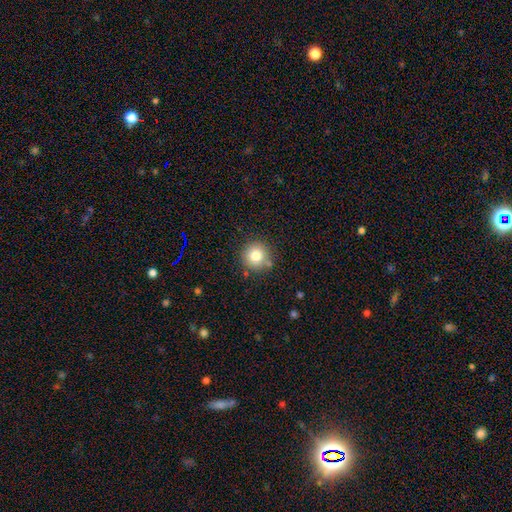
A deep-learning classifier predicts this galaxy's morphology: A smooth galaxy with no disk features (78%) that is round (94%).

Vote fractions:
- Smooth or featured? smooth: 78% / star or artifact: 12% / featured or disk: 10%
- How rounded? round: 94% / in between: 5% / cigar-shaped: 1%
- Merging? none: 82% / minor disturbance: 10% / merger: 4% / major disturbance: 3%